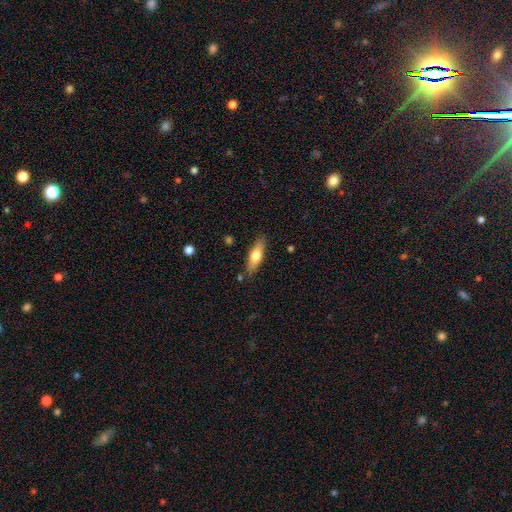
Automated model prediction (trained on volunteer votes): Smooth or featured? Predicted: smooth (p=0.63). How rounded? Predicted: in between (p=0.49, tied with cigar-shaped). Merging? Predicted: none (p=0.83).